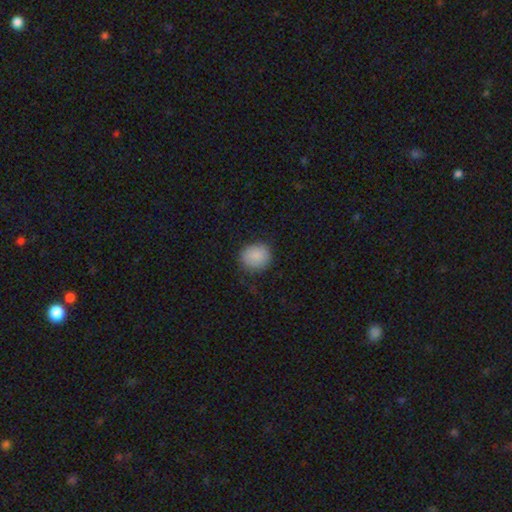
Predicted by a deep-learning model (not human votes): Smooth or featured?
  - smooth: 87% *
  - star or artifact: 8%
  - featured or disk: 5%
How rounded?
  - round: 80% *
  - in between: 19%
  - cigar-shaped: 1%
Merging?
  - none: 82% *
  - minor disturbance: 14%
  - major disturbance: 3%
  - merger: 1%